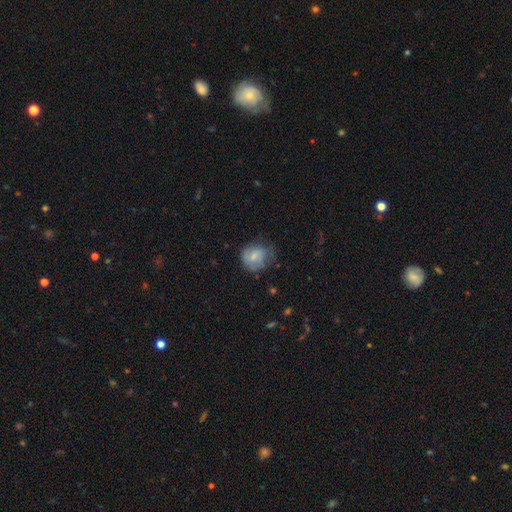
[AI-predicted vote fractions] smooth-or-featured: smooth: 62% | featured or disk: 31% | star or artifact: 7%
  how-rounded: round: 70% | in between: 29% | cigar-shaped: 1%
  merging: none: 50% | minor disturbance: 32% | major disturbance: 16% | merger: 2%